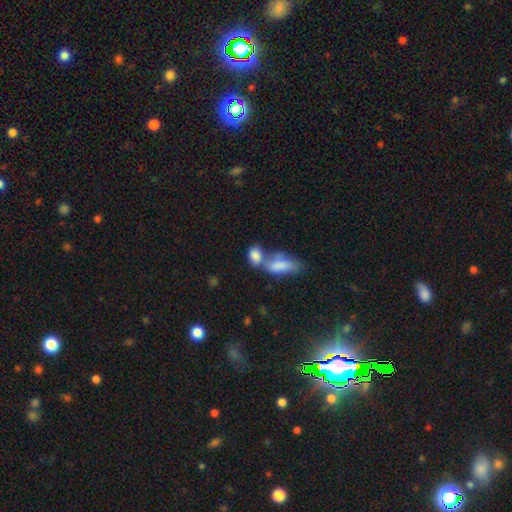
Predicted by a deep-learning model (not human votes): Overall: smooth (83%). How rounded: in between (84%). Merging: merger (58%; none 26%).